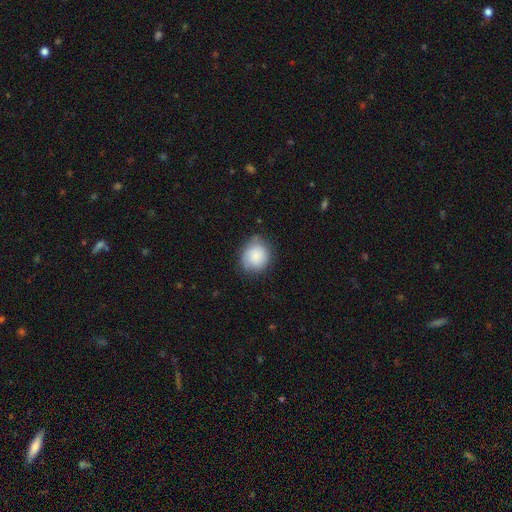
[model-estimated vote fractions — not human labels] Smooth or featured? smooth (83%)
How rounded? round (77%)
Merging? none (70%)